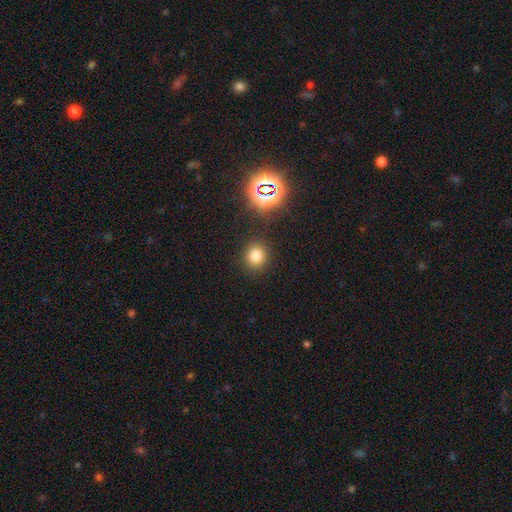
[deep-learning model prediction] Smooth or featured? smooth (75%)
How rounded? round (81%)
Merging? none (87%)